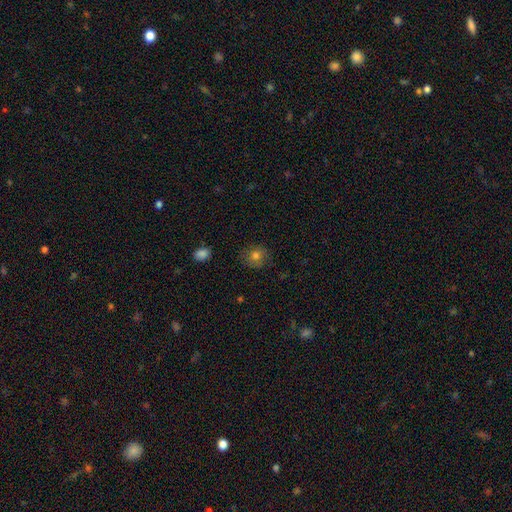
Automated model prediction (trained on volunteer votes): smooth-or-featured: smooth: 77% | featured or disk: 12% | star or artifact: 12%
  how-rounded: round: 85% | in between: 14% | cigar-shaped: 1%
  merging: none: 81% | minor disturbance: 14% | major disturbance: 4% | merger: 1%